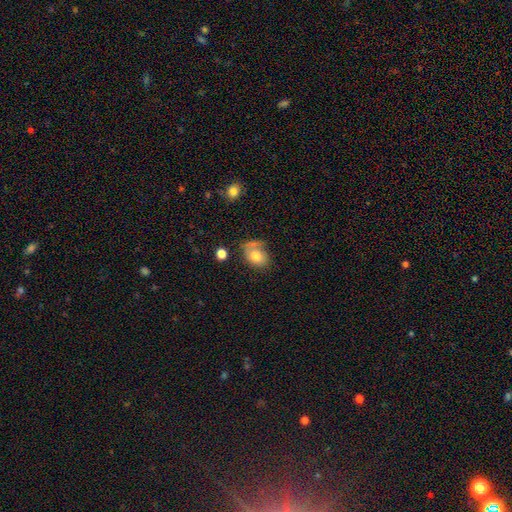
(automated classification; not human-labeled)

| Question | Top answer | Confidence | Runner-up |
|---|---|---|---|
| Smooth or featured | smooth | 72% | featured or disk (19%) |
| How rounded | in between | 68% | round (31%) |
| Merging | none | 48% | minor disturbance (25%) |